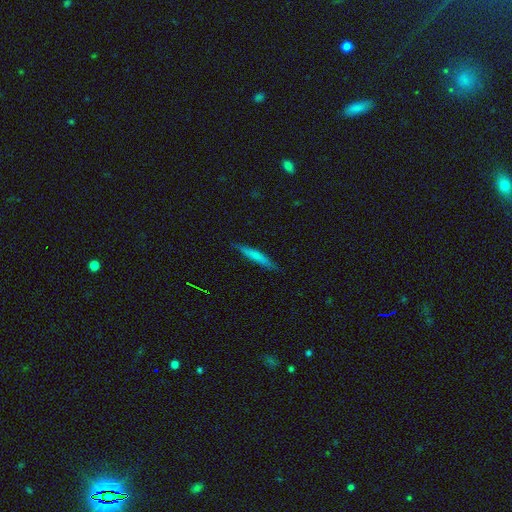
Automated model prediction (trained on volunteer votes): Smooth or featured: smooth — 66% (featured or disk — 28%)
How rounded: cigar-shaped — 94% (in between — 5%)
Merging: none — 87% (minor disturbance — 10%)